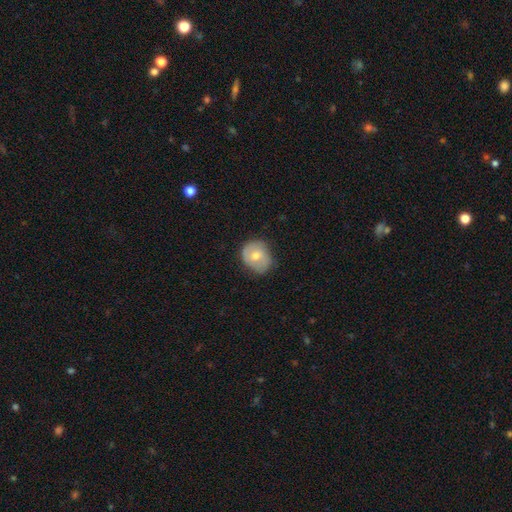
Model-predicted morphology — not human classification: Overall: smooth (58%; featured or disk 35%). How rounded: round (66%; in between 33%). Merging: none (66%; minor disturbance 27%).